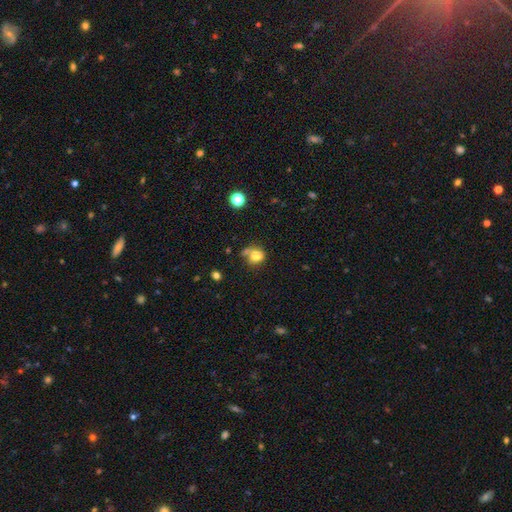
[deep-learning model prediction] A smooth galaxy with no disk features (78%) that is round (57%). Merging: none (45%).